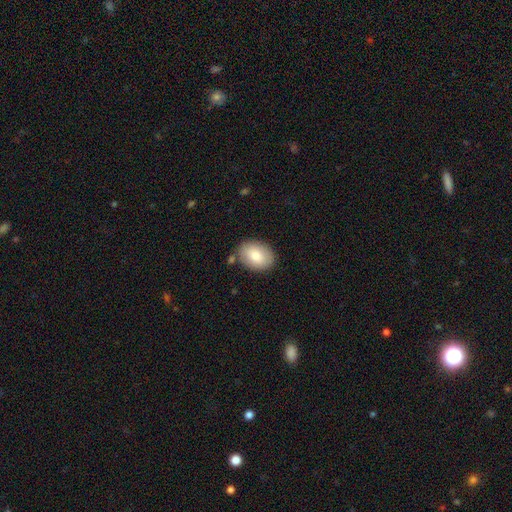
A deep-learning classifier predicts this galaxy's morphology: This appears to be a smooth galaxy with no disk features (80%) that is in between round and cigar-shaped (74%). Merging: none (81%).